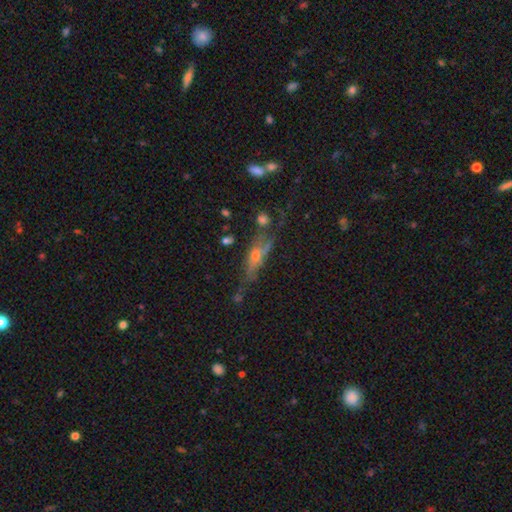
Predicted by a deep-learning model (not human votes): Smooth or featured? featured or disk (47%)
Merging? none (49%)